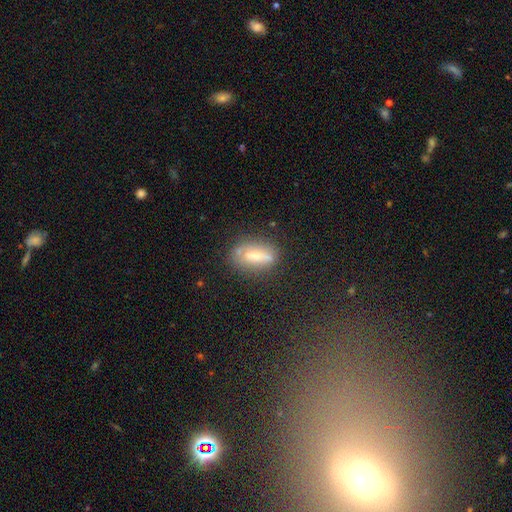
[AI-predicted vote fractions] A smooth galaxy with no disk features (52%) that is in between round and cigar-shaped (60%). Merging: none (66%).